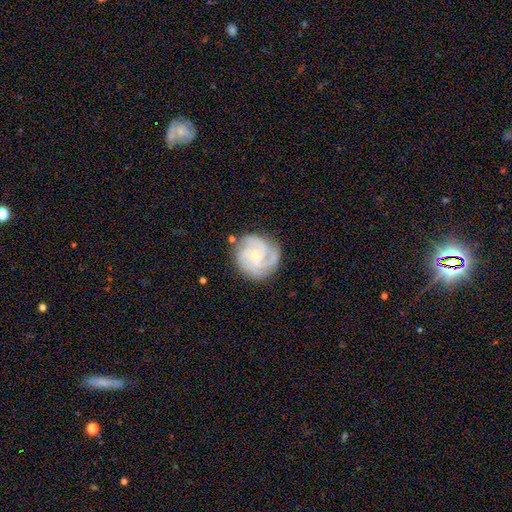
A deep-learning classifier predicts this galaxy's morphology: Smooth or featured? featured or disk (81%)
Edge-on disk? no (98%)
Bar? no (73%)
Spiral arms? yes (96%)
Spiral winding? tight (59%)
Spiral arm count? 3 (46%)
Bulge size? small (78%)
Merging? none (77%)